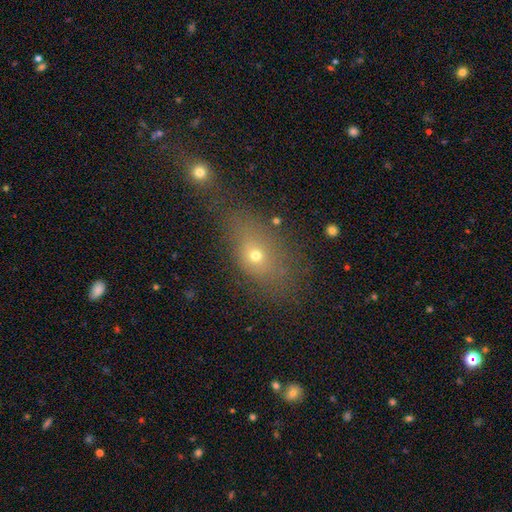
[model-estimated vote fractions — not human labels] This appears to be a smooth galaxy with no disk features (63%) that is in between round and cigar-shaped (65%). Merging: none (61%).